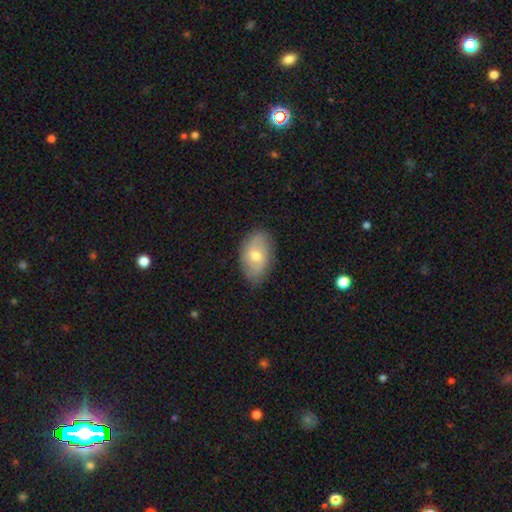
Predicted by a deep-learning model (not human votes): The model was most divided on "smooth or featured": smooth: 58%, featured or disk: 35%, star or artifact: 7%. More confident: how rounded — in between (90%); merging — none (82%).